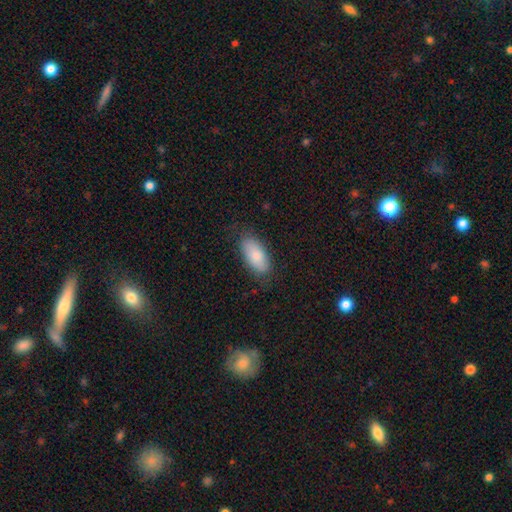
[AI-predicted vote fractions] The model was most divided on "merging": none: 80%, minor disturbance: 15%, major disturbance: 4%, merger: 1%. More confident: how rounded — in between (91%); smooth or featured — smooth (82%).